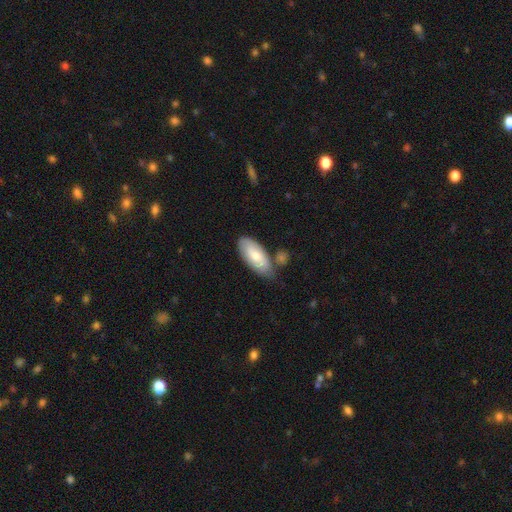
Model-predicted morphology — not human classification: Smooth or featured?
  - smooth: 66% *
  - featured or disk: 29%
  - star or artifact: 5%
How rounded?
  - in between: 88% *
  - cigar-shaped: 9%
  - round: 2%
Merging?
  - none: 62% *
  - minor disturbance: 21%
  - merger: 13%
  - major disturbance: 5%